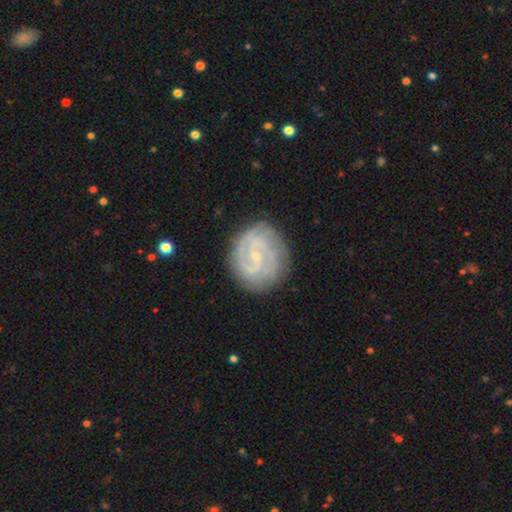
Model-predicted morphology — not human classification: This appears to be a featured or disk galaxy (81%) with a weak bar (48%), 2 (51%) tight (57%) spiral arms (93%) and a small central bulge (79%). Merging: none (80%).